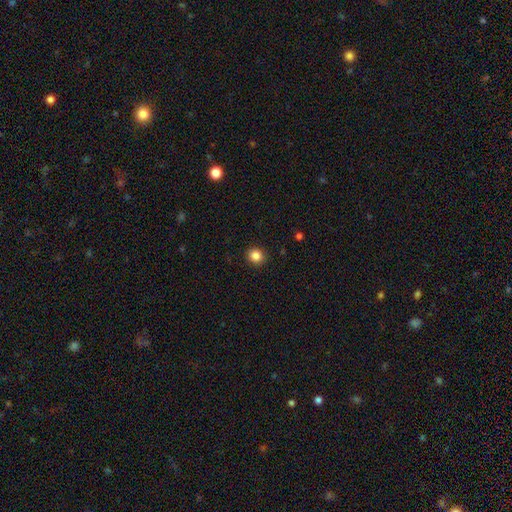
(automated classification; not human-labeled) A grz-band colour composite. It shows a smooth galaxy with no disk features (85%) that is round (89%). Merging: none (92%).